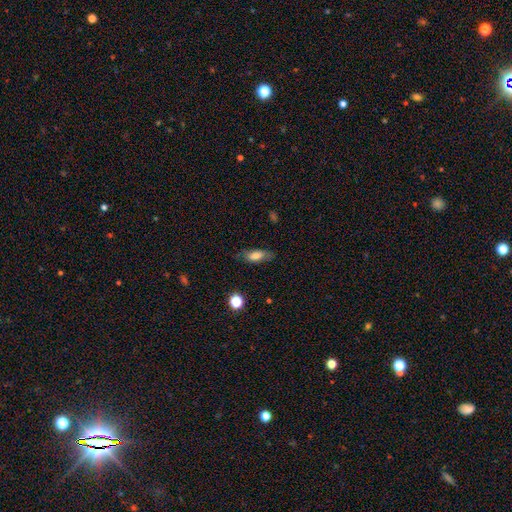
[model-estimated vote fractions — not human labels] The model was most divided on "smooth or featured": smooth: 69%, featured or disk: 22%, star or artifact: 9%. More confident: merging — none (75%); how rounded — in between (72%).